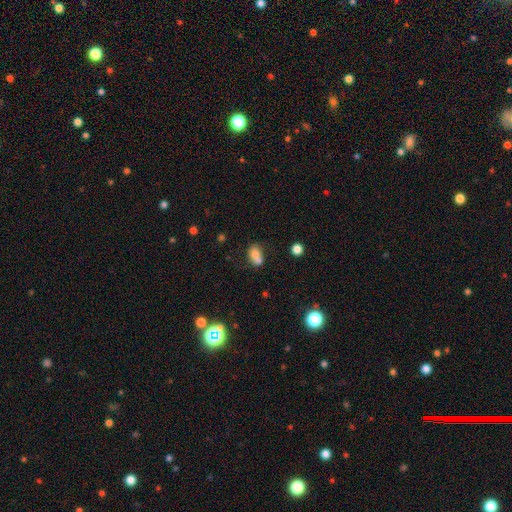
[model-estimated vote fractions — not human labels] smooth 71%, featured or disk 17%, star or artifact 12%. Down the decision tree: how rounded — in between (65%); merging — merger (53%).